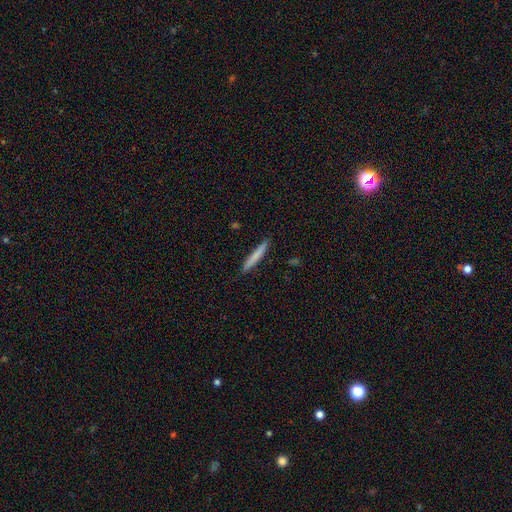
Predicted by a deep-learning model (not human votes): A smooth galaxy with no disk features (75%) that is cigar-shaped (96%).

Vote fractions:
- Smooth or featured? smooth: 75% / featured or disk: 20% / star or artifact: 6%
- How rounded? cigar-shaped: 96% / in between: 3% / round: 1%
- Merging? none: 90% / minor disturbance: 7% / major disturbance: 1% / merger: 1%